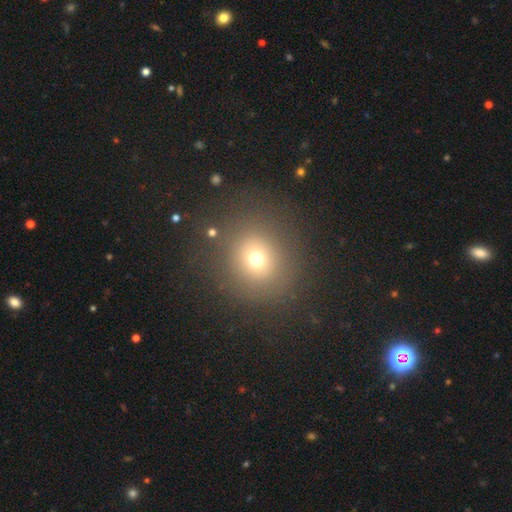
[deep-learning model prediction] A smooth galaxy with no disk features (63%) that is round (84%).

Vote fractions:
- Smooth or featured? smooth: 63% / star or artifact: 29% / featured or disk: 8%
- How rounded? round: 84% / in between: 15% / cigar-shaped: 1%
- Merging? none: 89% / minor disturbance: 6% / major disturbance: 3% / merger: 2%